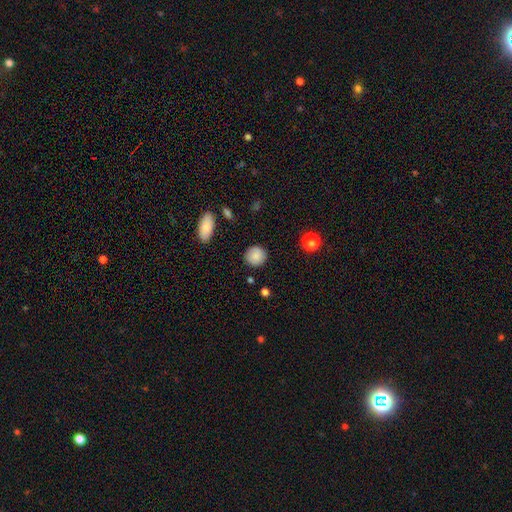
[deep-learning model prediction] The model was most divided on "merging": none: 87%, minor disturbance: 9%, major disturbance: 3%, merger: 2%. More confident: how rounded — round (88%); smooth or featured — smooth (86%).